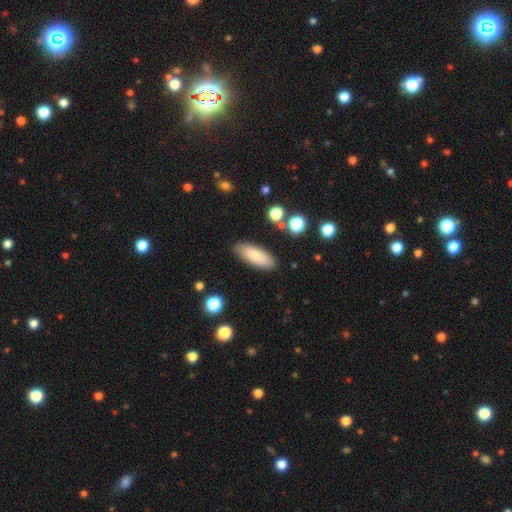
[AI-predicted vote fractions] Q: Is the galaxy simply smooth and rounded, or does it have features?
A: smooth — 77%.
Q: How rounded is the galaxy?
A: in between — 71%.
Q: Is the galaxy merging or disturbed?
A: none — 83%.